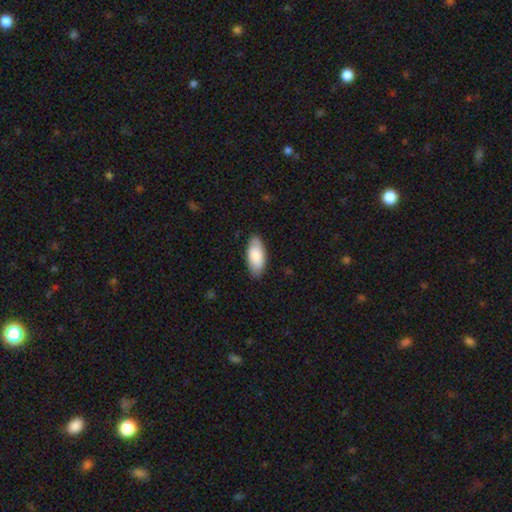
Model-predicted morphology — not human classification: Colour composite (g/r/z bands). It shows a smooth galaxy with no disk features (84%) that is in between round and cigar-shaped (91%). Merging: none (84%).